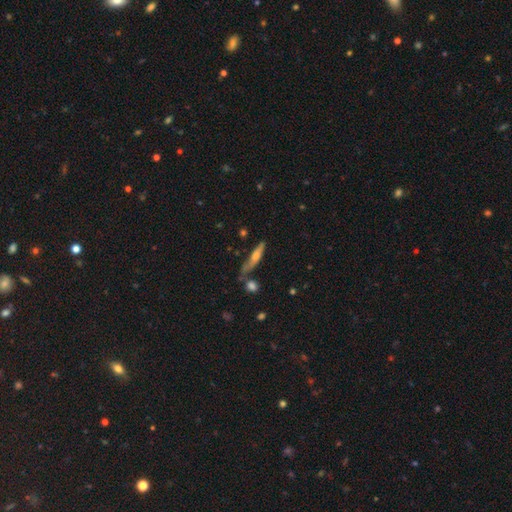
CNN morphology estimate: Smooth or featured?
  - featured or disk: 54% *
  - smooth: 39%
  - star or artifact: 7%
Edge-on disk?
  - yes: 89% *
  - no: 11%
Merging?
  - none: 65% *
  - minor disturbance: 19%
  - merger: 11%
  - major disturbance: 6%